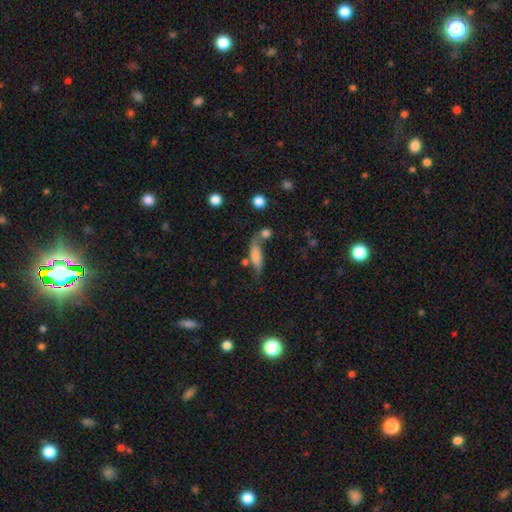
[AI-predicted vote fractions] Overall: smooth (65%; featured or disk 26%). How rounded: in between (53%; cigar-shaped 42%). Merging: none (43%; minor disturbance 23%).